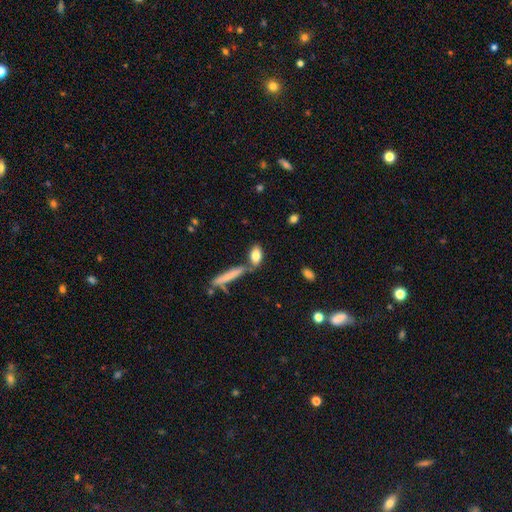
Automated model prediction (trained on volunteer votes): Q: Smooth or featured?
A: smooth (79%); runner-up: featured or disk (14%)
Q: How rounded?
A: in between (76%); runner-up: cigar-shaped (19%)
Q: Merging?
A: none (63%); runner-up: merger (21%)